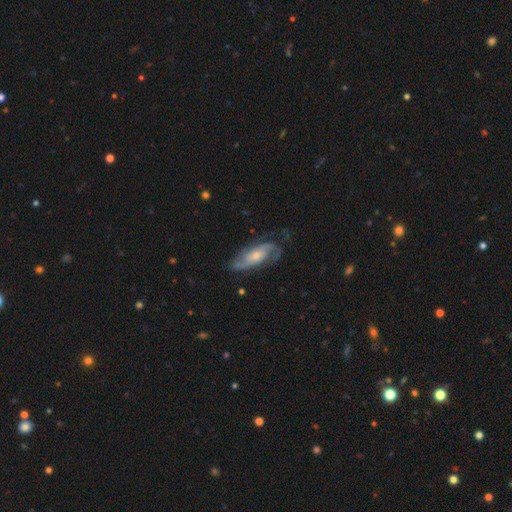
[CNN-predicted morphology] type=featured or disk (79%); edge-on=no (92%); bar=no (61%); spiral arms=yes (94%); winding=medium (47%); arm count=2 (72%); bulge=small (46%); merging=none (66%).